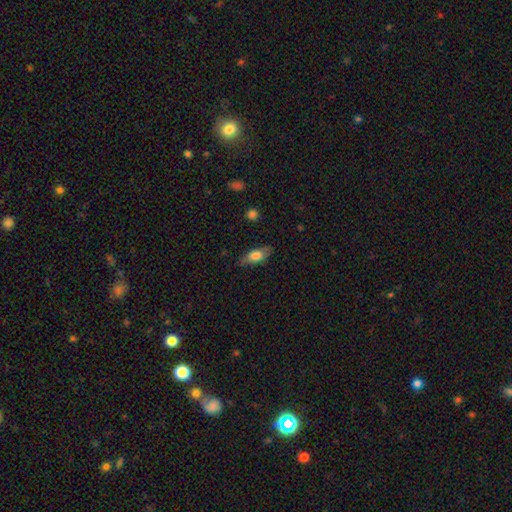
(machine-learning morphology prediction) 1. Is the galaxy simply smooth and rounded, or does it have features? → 68% smooth, 25% featured or disk, 7% star or artifact.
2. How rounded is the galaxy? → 76% in between, 21% cigar-shaped, 4% round.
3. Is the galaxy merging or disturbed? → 76% none, 18% minor disturbance, 4% major disturbance, 1% merger.